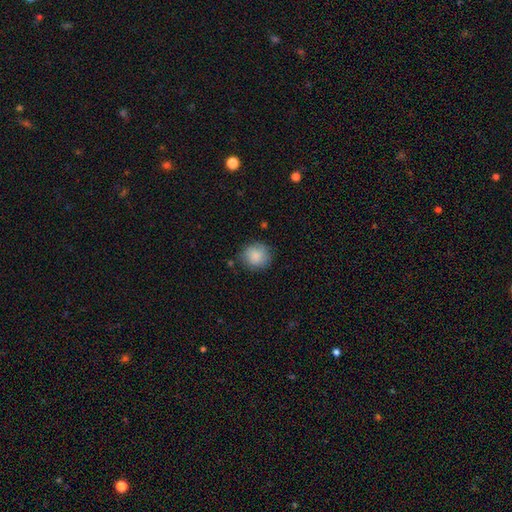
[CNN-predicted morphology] smooth_or_featured: smooth (p=0.86) [alt: featured or disk p=0.07]
how_rounded: round (p=0.88) [alt: in between p=0.11]
merging: none (p=0.81) [alt: minor disturbance p=0.14]